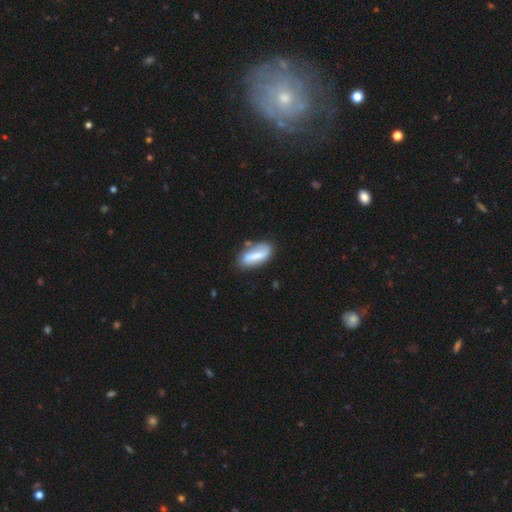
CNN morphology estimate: Smooth or featured?
  - smooth: 53% *
  - featured or disk: 41%
  - star or artifact: 6%
How rounded?
  - in between: 81% *
  - cigar-shaped: 16%
  - round: 3%
Merging?
  - none: 67% *
  - minor disturbance: 21%
  - major disturbance: 6%
  - merger: 6%